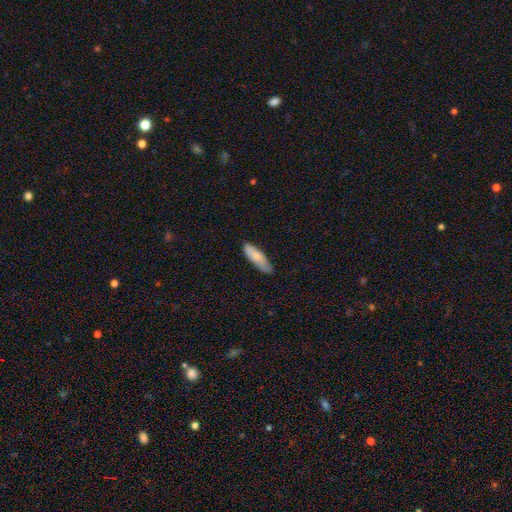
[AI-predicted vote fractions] This appears to be a smooth galaxy with no disk features (80%) that is cigar-shaped (53%). Merging: none (77%).